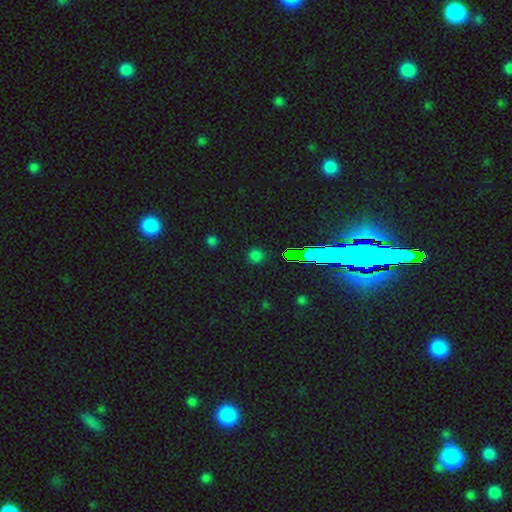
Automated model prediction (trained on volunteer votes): Smooth or featured: smooth — 64% (star or artifact — 31%)
How rounded: round — 91% (in between — 7%)
Merging: none — 89% (minor disturbance — 7%)